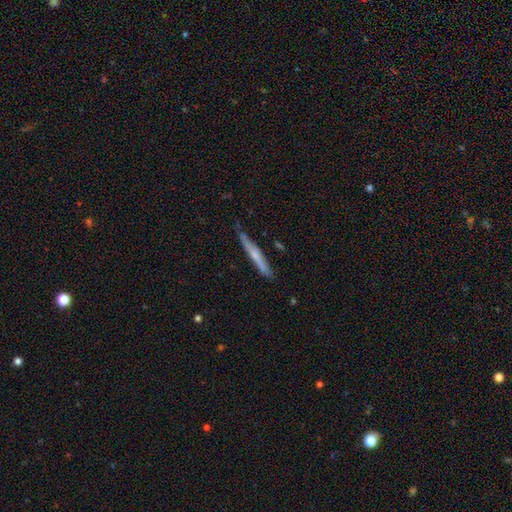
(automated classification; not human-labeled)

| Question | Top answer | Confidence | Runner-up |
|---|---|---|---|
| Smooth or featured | featured or disk | 48% | smooth (46%) |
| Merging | none | 76% | minor disturbance (19%) |